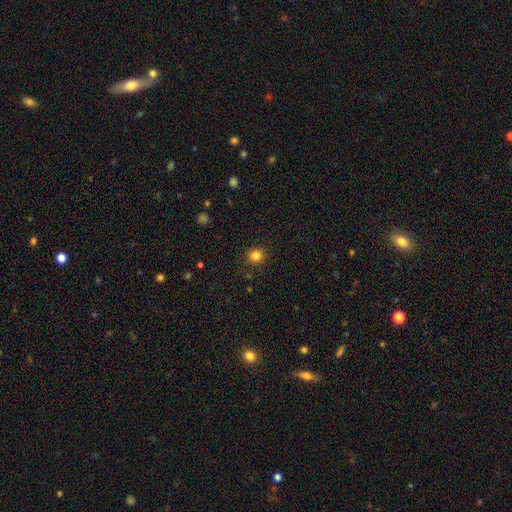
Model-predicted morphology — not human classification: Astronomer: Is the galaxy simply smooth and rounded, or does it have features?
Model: smooth — 84%.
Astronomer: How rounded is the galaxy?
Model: round — 90%.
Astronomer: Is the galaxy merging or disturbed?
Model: none — 90%.